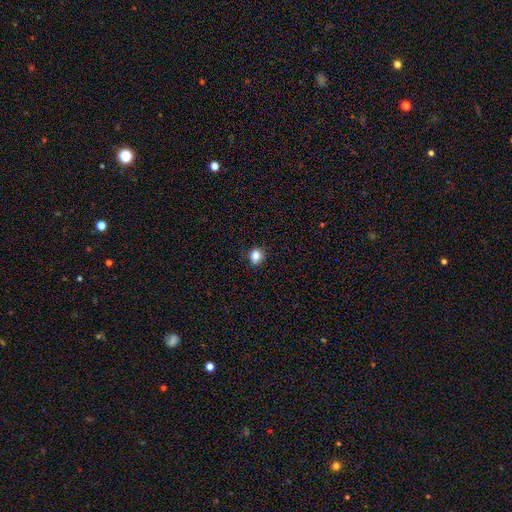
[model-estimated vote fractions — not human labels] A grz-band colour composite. It shows a smooth galaxy with no disk features (82%) that is round (78%). Merging: none (80%).